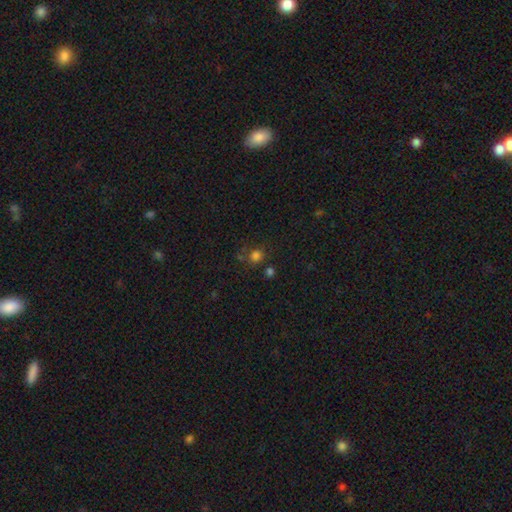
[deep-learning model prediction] This is likely a smooth galaxy (76%). How rounded: clearly round (87%). Merging: likely none (72%).